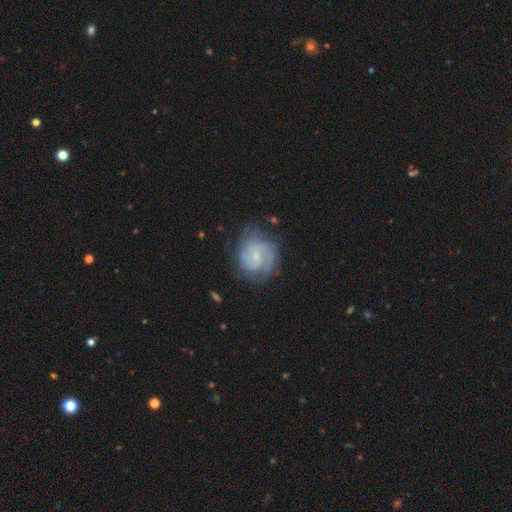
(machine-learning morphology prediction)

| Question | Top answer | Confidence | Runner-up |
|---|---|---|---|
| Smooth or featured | featured or disk | 81% | smooth (13%) |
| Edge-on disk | no | 98% | yes (2%) |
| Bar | no | 55% | weak (40%) |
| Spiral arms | yes | 95% | no (5%) |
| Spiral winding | tight | 54% | medium (36%) |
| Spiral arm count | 2 | 43% | can't tell (26%) |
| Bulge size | small | 68% | moderate (24%) |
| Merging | none | 67% | minor disturbance (21%) |